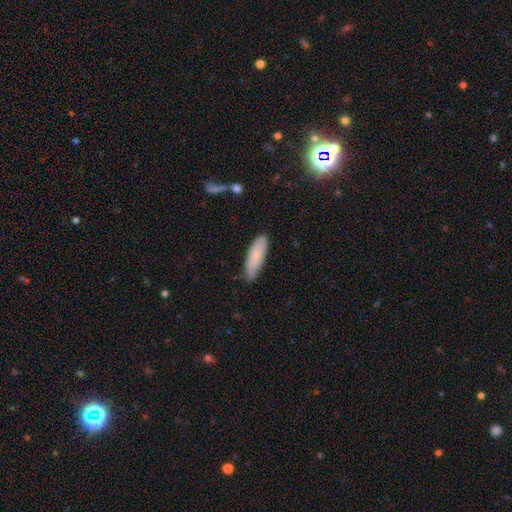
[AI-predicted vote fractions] Smooth or featured? smooth (79%)
How rounded? in between (52%)
Merging? none (71%)